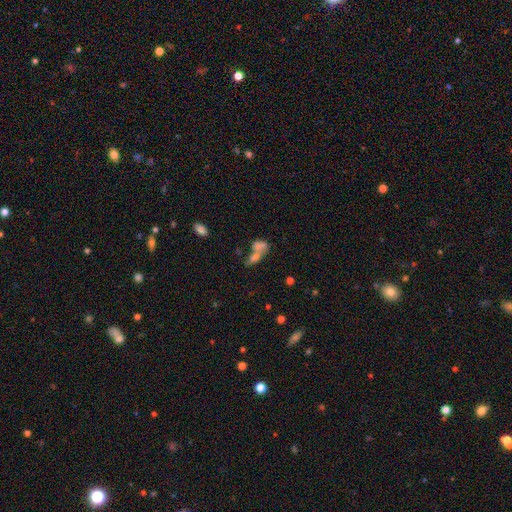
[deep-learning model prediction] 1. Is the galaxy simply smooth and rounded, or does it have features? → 52% smooth, 26% featured or disk, 22% star or artifact.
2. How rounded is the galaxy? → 67% in between, 20% round, 13% cigar-shaped.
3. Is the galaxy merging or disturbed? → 56% merger, 27% none, 8% major disturbance, 8% minor disturbance.